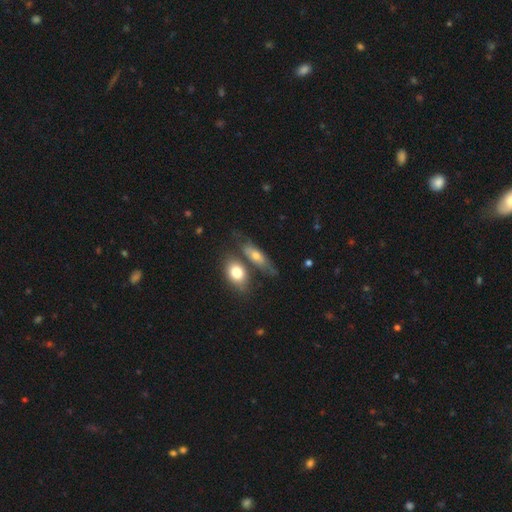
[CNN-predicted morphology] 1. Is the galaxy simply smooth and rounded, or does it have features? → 55% smooth, 37% featured or disk, 8% star or artifact.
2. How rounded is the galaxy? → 62% in between, 31% cigar-shaped, 7% round.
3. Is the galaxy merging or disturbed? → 51% none, 22% merger, 19% minor disturbance, 8% major disturbance.